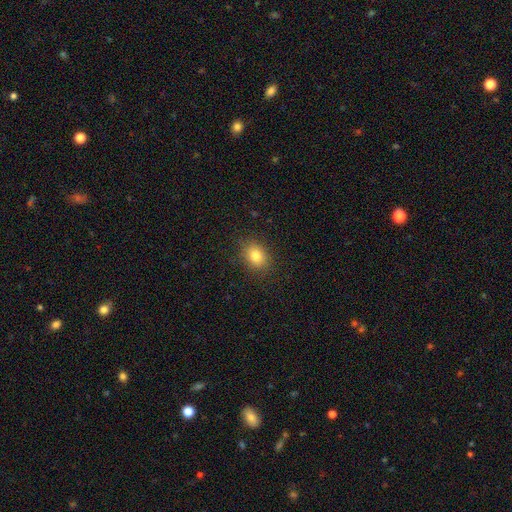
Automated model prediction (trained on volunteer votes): This appears to be a smooth galaxy with no disk features (82%) that is in between round and cigar-shaped (62%). Merging: none (86%).